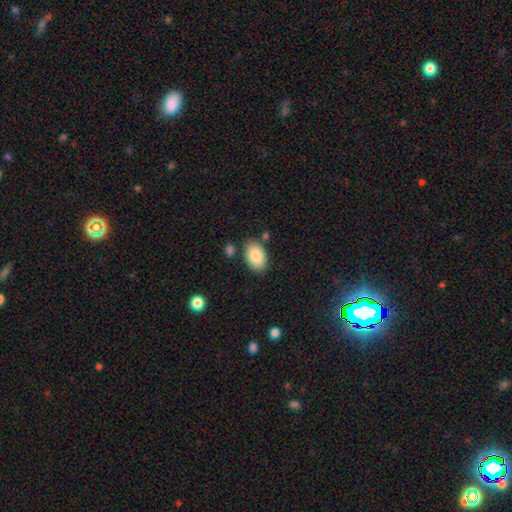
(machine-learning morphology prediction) Q: Smooth or featured?
A: smooth (86%); runner-up: featured or disk (7%)
Q: How rounded?
A: in between (92%); runner-up: round (7%)
Q: Merging?
A: none (80%); runner-up: minor disturbance (12%)